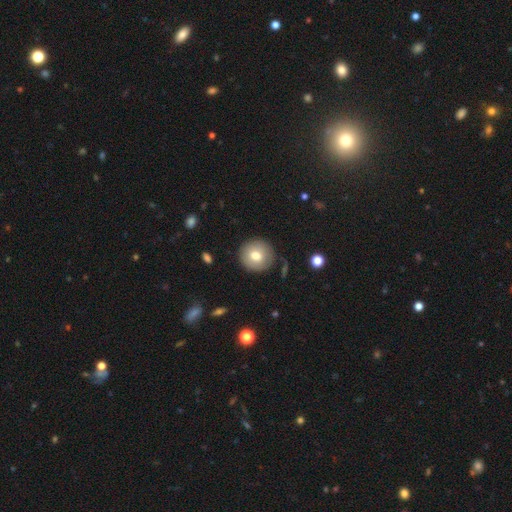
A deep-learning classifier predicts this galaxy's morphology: Overall: smooth (75%). How rounded: round (93%). Merging: none (85%).